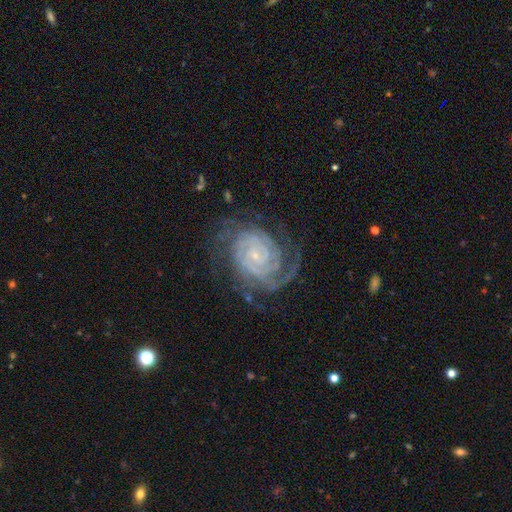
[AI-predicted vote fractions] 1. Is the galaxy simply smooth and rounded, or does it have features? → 90% featured or disk, 5% star or artifact, 4% smooth.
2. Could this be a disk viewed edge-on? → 98% no, 2% yes.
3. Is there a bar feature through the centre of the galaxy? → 66% no, 26% weak, 8% strong.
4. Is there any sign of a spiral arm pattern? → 98% yes, 2% no.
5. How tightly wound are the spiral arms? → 80% tight, 17% medium, 3% loose.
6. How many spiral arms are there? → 27% 2, 20% can't tell, 19% 3, 17% 4, 9% more than 4, 8% 1.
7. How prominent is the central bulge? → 84% small, 11% moderate, 3% none, 1% large, 1% dominant.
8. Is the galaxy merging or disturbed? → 71% none, 18% minor disturbance, 10% major disturbance, 1% merger.